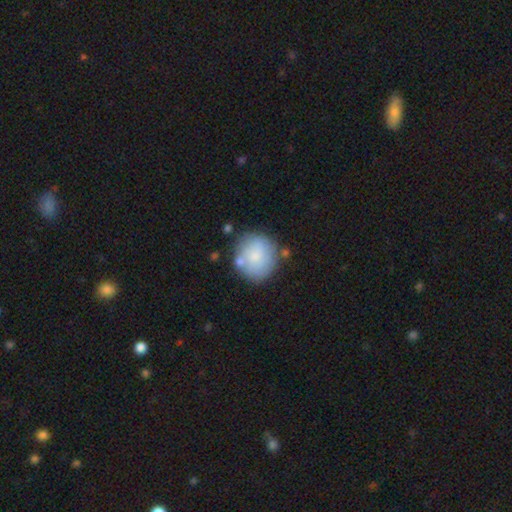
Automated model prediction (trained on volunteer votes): Smooth or featured? smooth (72%)
How rounded? round (88%)
Merging? none (70%)